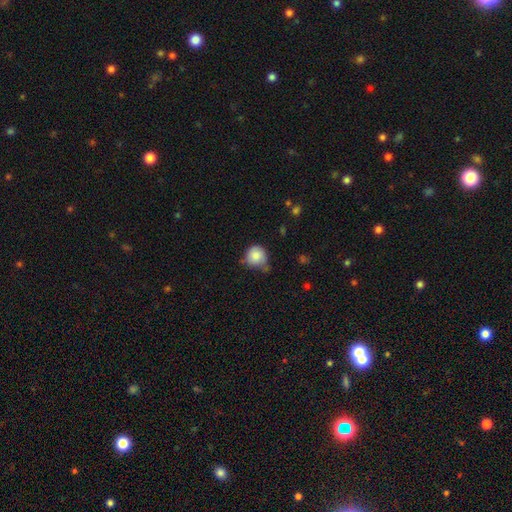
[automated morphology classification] The model was most divided on "merging": none: 47%, minor disturbance: 37%, major disturbance: 9%, merger: 6%. More confident: how rounded — round (87%); smooth or featured — smooth (81%).